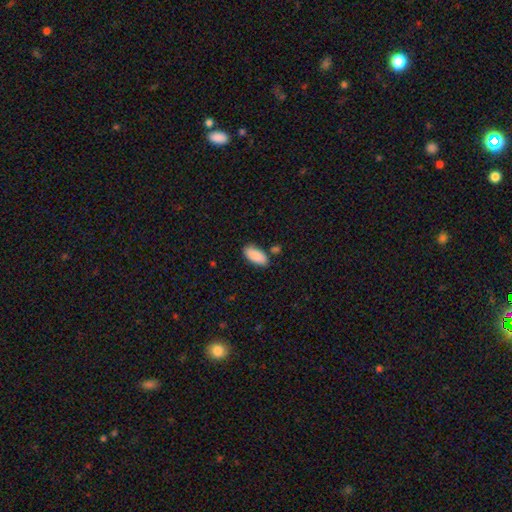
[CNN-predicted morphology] Smooth or featured? Predicted: smooth (p=0.88). How rounded? Predicted: in between (p=0.90). Merging? Predicted: none (p=0.75).